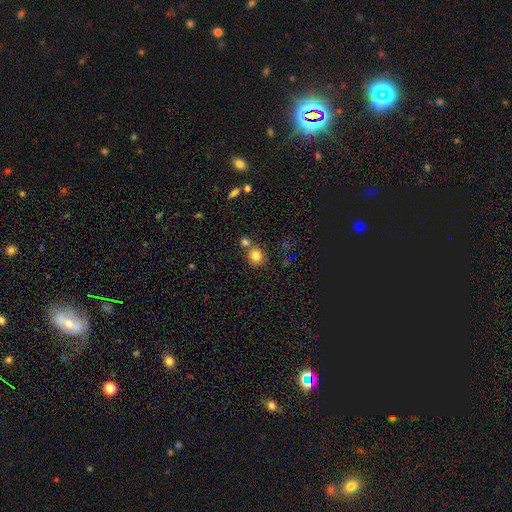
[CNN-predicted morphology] The model was most divided on "merging": none: 65%, merger: 23%, minor disturbance: 9%, major disturbance: 3%. More confident: how rounded — round (85%); smooth or featured — smooth (81%).